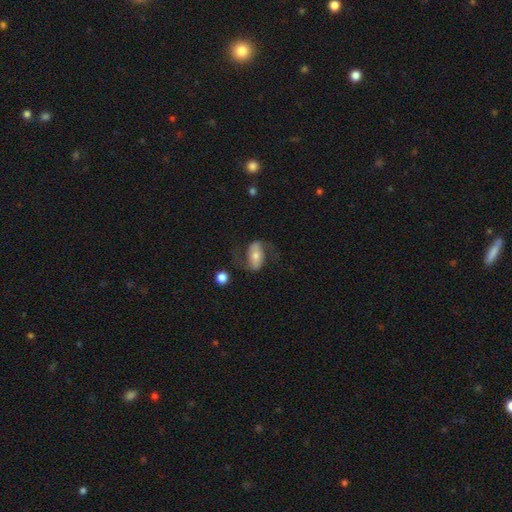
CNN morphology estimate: Q: Smooth or featured?
A: featured or disk (68%); runner-up: smooth (25%)
Q: Edge-on disk?
A: no (95%); runner-up: yes (5%)
Q: Bar?
A: strong (36%); runner-up: no (33%)
Q: Spiral arms?
A: yes (88%); runner-up: no (12%)
Q: Spiral winding?
A: loose (55%); runner-up: medium (35%)
Q: Spiral arm count?
A: 2 (91%); runner-up: can't tell (4%)
Q: Bulge size?
A: moderate (59%); runner-up: small (28%)
Q: Merging?
A: none (65%); runner-up: minor disturbance (17%)